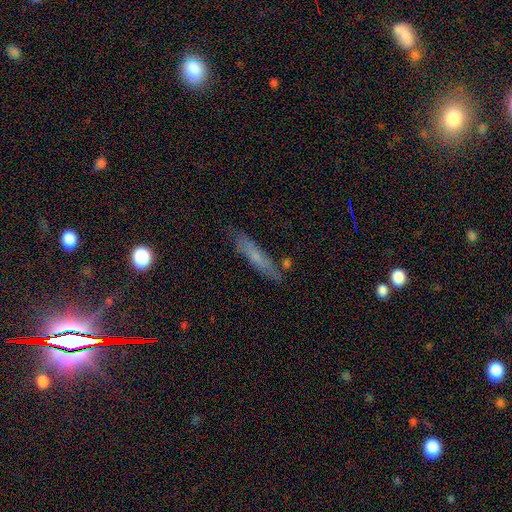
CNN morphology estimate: type=smooth (53%); roundness=cigar-shaped (85%); merging=none (77%).